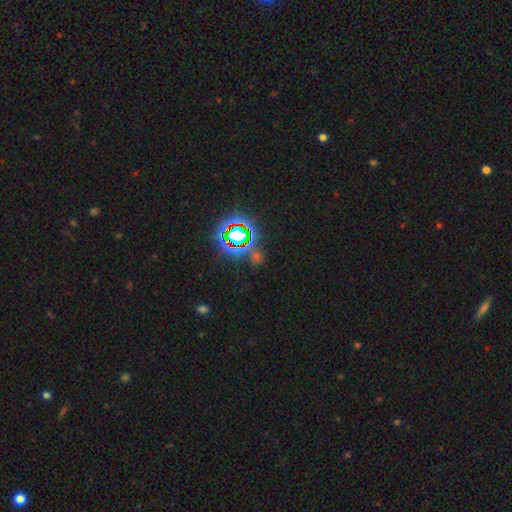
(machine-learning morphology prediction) A star or artifact, not a galaxy (72%).

Vote fractions:
- Smooth or featured? star or artifact: 72% / smooth: 19% / featured or disk: 9%